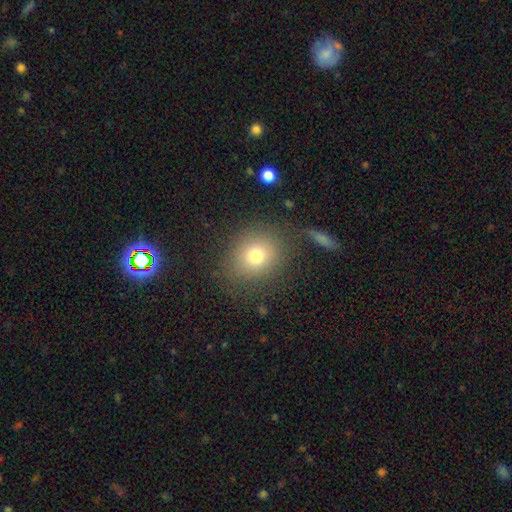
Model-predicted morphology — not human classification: smooth-or-featured: smooth: 76% | star or artifact: 13% | featured or disk: 12%
  how-rounded: round: 69% | in between: 30% | cigar-shaped: 1%
  merging: none: 80% | minor disturbance: 12% | major disturbance: 6% | merger: 3%